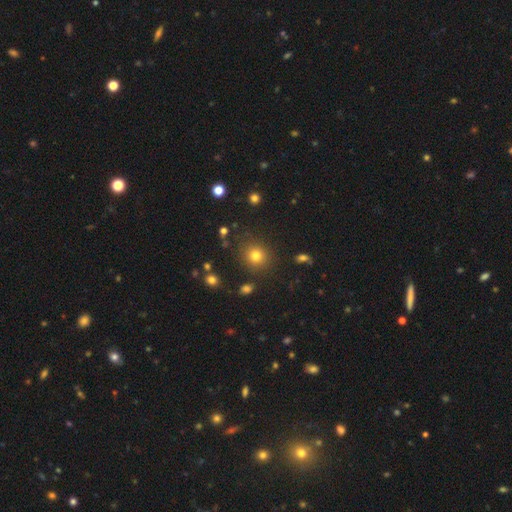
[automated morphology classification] Smooth or featured? smooth (77%)
How rounded? round (87%)
Merging? none (85%)